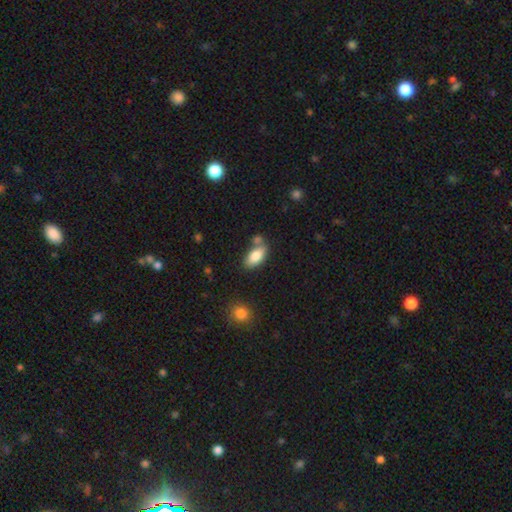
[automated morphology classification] The model was most divided on "merging": none: 60%, merger: 20%, minor disturbance: 15%, major disturbance: 4%. More confident: how rounded — in between (89%); smooth or featured — smooth (83%).